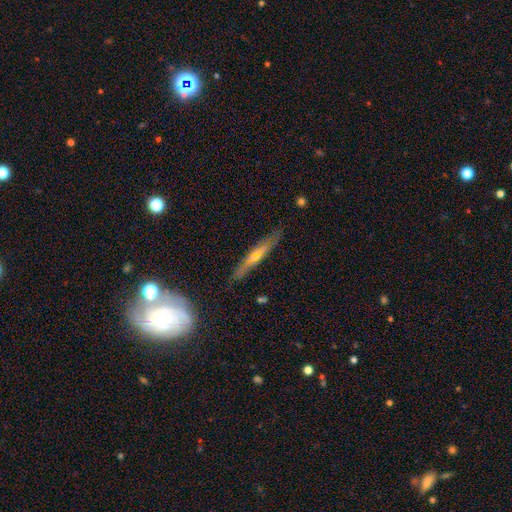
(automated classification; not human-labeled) The model was most divided on "smooth or featured": featured or disk: 53%, smooth: 39%, star or artifact: 8%. More confident: edge-on disk — yes (88%); merging — none (83%).